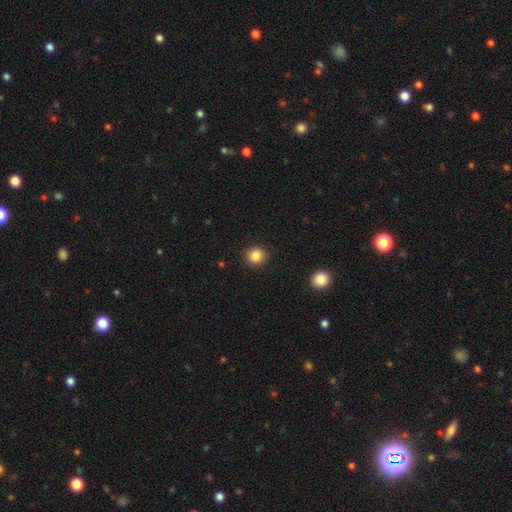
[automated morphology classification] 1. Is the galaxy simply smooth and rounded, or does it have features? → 86% smooth, 10% star or artifact, 4% featured or disk.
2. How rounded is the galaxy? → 92% round, 7% in between, 1% cigar-shaped.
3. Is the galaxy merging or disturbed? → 92% none, 5% minor disturbance, 2% major disturbance, 1% merger.